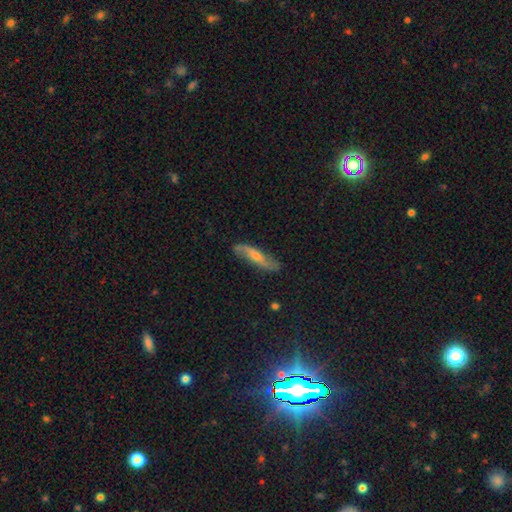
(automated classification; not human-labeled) featured or disk 61%, smooth 31%, star or artifact 7%. Down the decision tree: edge-on disk — no (59%); merging — none (77%).